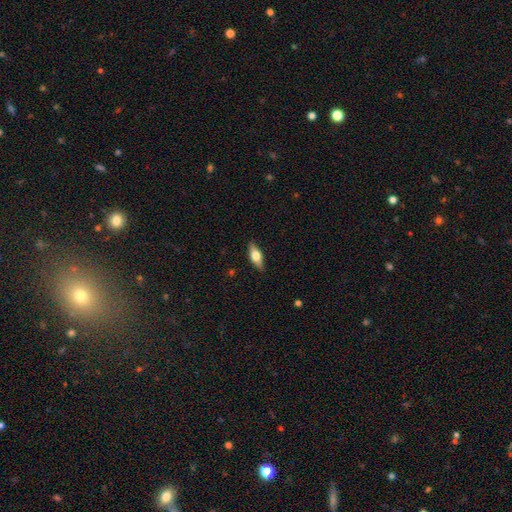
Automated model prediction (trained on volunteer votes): Smooth or featured?
  - smooth: 57% *
  - featured or disk: 36%
  - star or artifact: 6%
How rounded?
  - in between: 70% *
  - cigar-shaped: 26%
  - round: 3%
Merging?
  - none: 87% *
  - minor disturbance: 10%
  - major disturbance: 2%
  - merger: 1%